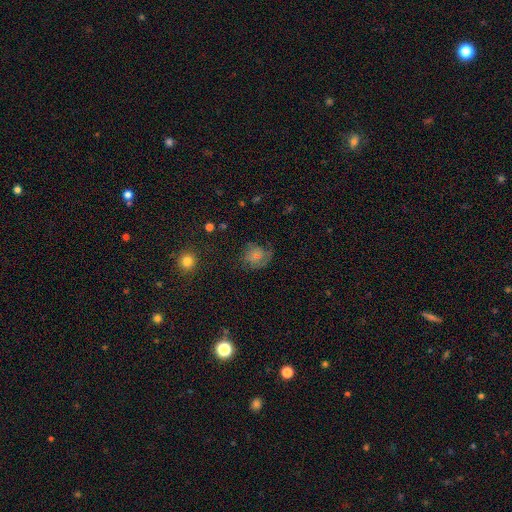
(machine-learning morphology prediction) smooth-or-featured: smooth: 46% | featured or disk: 41% | star or artifact: 12%
  merging: none: 56% | minor disturbance: 24% | major disturbance: 18% | merger: 2%